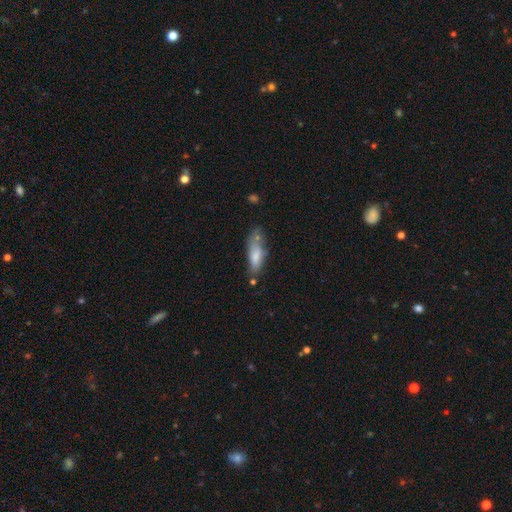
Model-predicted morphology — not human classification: This appears to be a smooth galaxy with no disk features (74%) that is in between round and cigar-shaped (59%). Merging: none (47%).